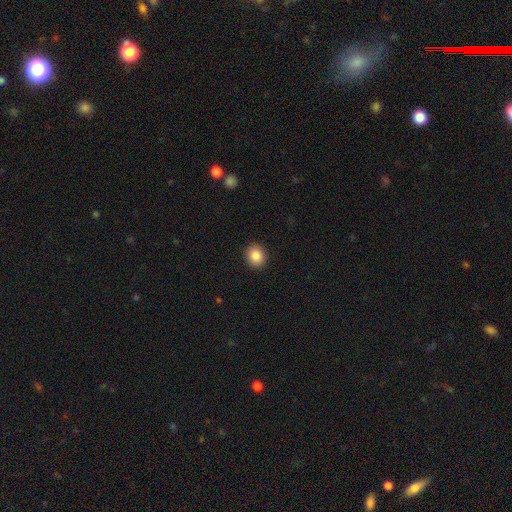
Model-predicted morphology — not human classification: type=smooth (88%); roundness=round (68%); merging=none (91%).